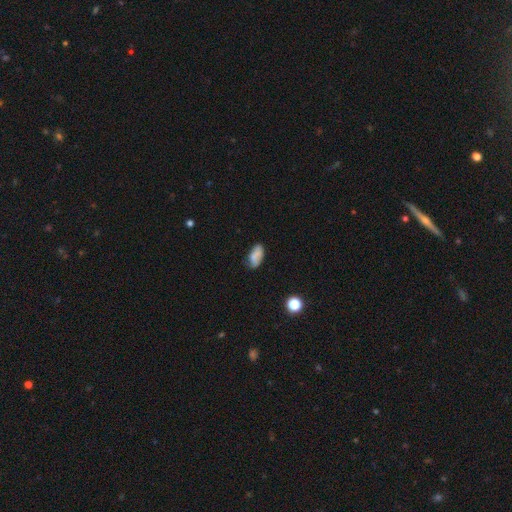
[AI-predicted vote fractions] smooth-or-featured: smooth: 70% | featured or disk: 20% | star or artifact: 9%
  how-rounded: in between: 91% | cigar-shaped: 5% | round: 4%
  merging: none: 70% | minor disturbance: 23% | major disturbance: 5% | merger: 2%